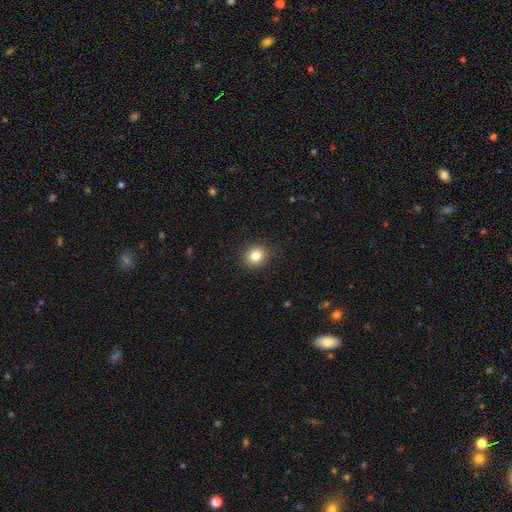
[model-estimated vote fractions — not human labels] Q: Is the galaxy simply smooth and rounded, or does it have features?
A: smooth — 82%.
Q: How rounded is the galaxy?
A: round — 82%.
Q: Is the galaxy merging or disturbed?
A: none — 91%.